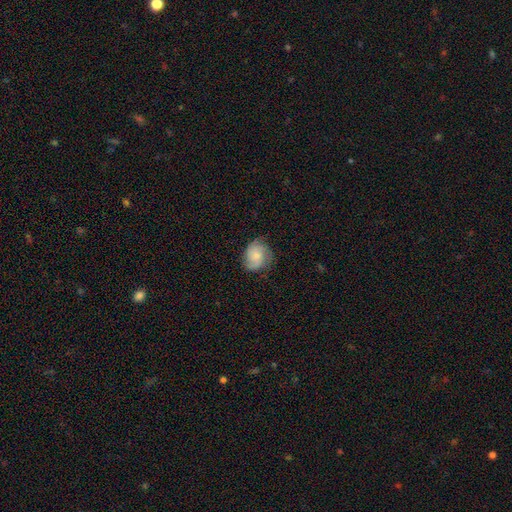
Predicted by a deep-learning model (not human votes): This appears to be a featured or disk galaxy (52%) with no bar (77%), spiral arms (91%) and a small central bulge (49%). Merging: none (70%).